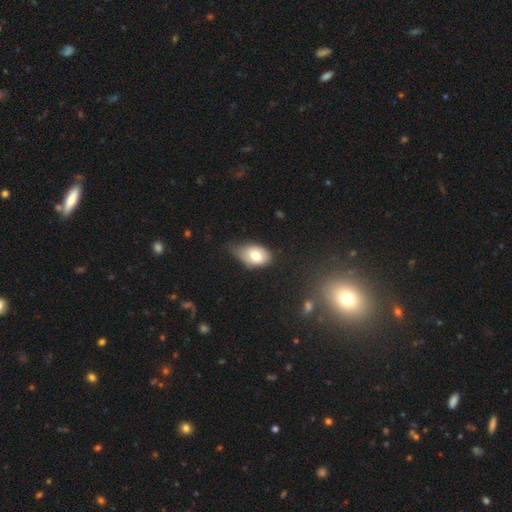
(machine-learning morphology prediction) Smooth or featured? Predicted: smooth (p=0.72). How rounded? Predicted: in between (p=0.84). Merging? Predicted: minor disturbance (p=0.49).